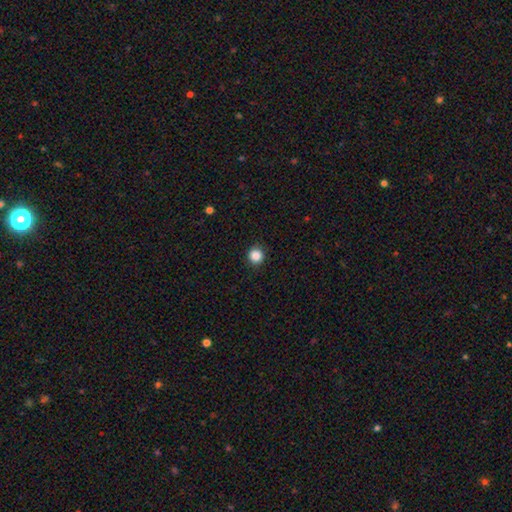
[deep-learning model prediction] Smooth or featured?
  - smooth: 86% *
  - star or artifact: 10%
  - featured or disk: 3%
How rounded?
  - round: 92% *
  - in between: 7%
  - cigar-shaped: 1%
Merging?
  - none: 91% *
  - minor disturbance: 6%
  - major disturbance: 2%
  - merger: 1%